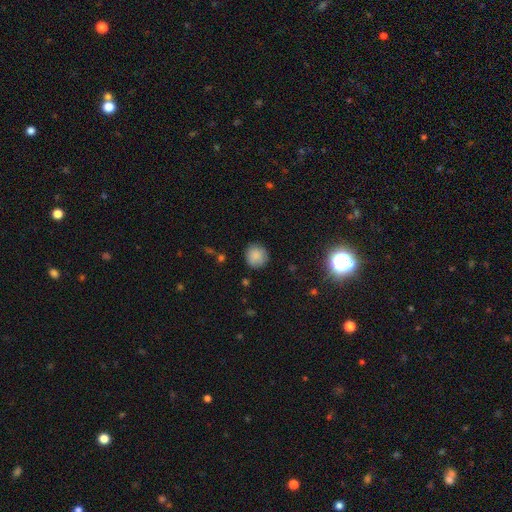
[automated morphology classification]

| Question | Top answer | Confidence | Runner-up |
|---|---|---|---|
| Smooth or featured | smooth | 86% | star or artifact (9%) |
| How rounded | round | 92% | in between (7%) |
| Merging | none | 85% | minor disturbance (11%) |